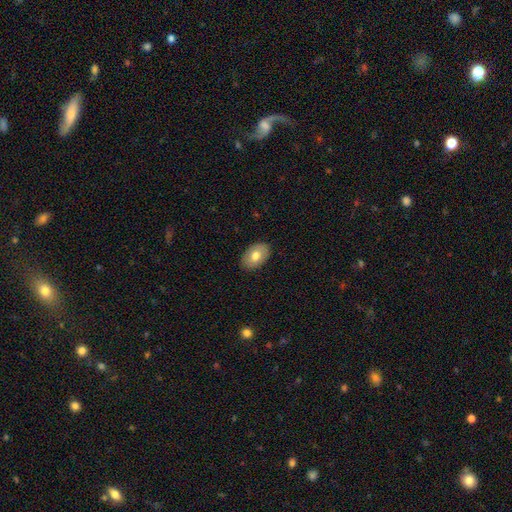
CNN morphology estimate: Smooth or featured?
  - smooth: 74% *
  - featured or disk: 20%
  - star or artifact: 7%
How rounded?
  - in between: 88% *
  - round: 10%
  - cigar-shaped: 1%
Merging?
  - none: 88% *
  - minor disturbance: 9%
  - major disturbance: 2%
  - merger: 1%